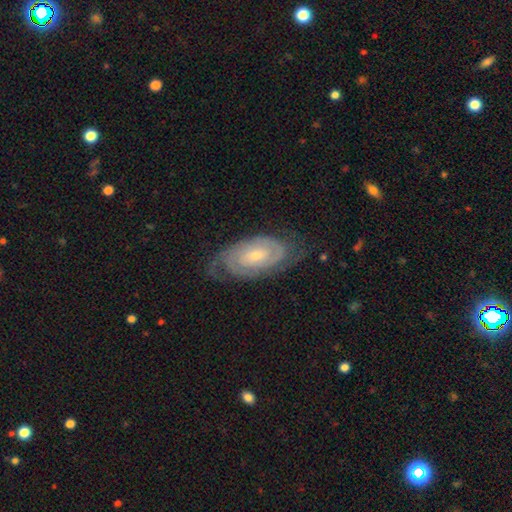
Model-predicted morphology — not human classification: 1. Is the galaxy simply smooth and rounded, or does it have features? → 84% featured or disk, 11% smooth, 5% star or artifact.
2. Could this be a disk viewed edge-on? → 95% no, 5% yes.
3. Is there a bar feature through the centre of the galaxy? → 61% no, 31% weak, 8% strong.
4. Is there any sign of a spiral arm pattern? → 95% yes, 5% no.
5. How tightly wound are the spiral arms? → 71% tight, 23% medium, 6% loose.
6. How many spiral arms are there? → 59% 2, 23% can't tell, 8% 3, 4% 1, 3% 4, 3% more than 4.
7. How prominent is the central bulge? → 59% small, 37% moderate, 2% large, 2% none, 1% dominant.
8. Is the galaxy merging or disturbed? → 70% none, 19% minor disturbance, 9% major disturbance, 1% merger.